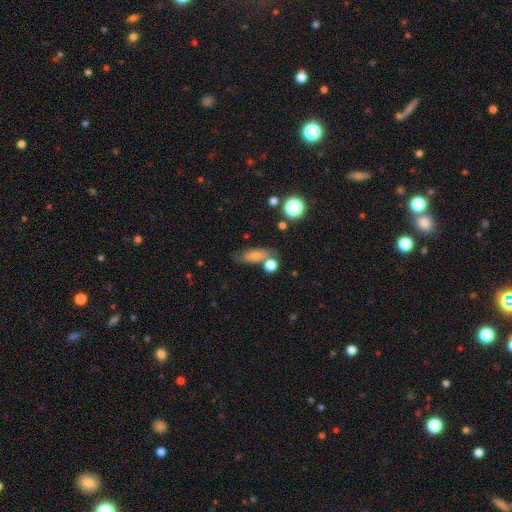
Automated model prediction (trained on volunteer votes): smooth_or_featured: smooth (p=0.70) [alt: featured or disk p=0.19]
how_rounded: in between (p=0.59) [alt: cigar-shaped p=0.30]
merging: none (p=0.63) [alt: minor disturbance p=0.17]